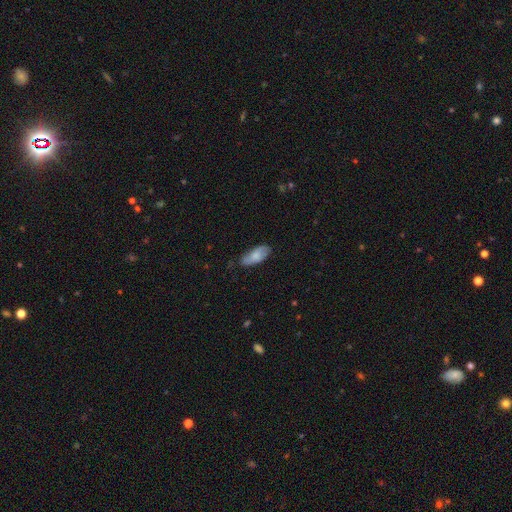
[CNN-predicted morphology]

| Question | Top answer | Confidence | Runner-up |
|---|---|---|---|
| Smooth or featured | smooth | 77% | featured or disk (17%) |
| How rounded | in between | 81% | cigar-shaped (17%) |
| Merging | none | 72% | minor disturbance (22%) |